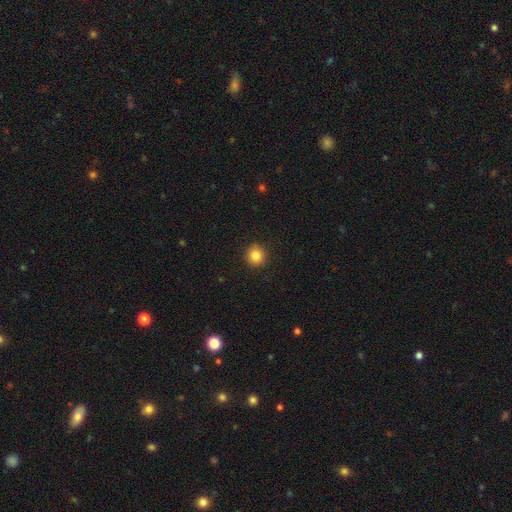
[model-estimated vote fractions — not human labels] The model was most divided on "smooth or featured": smooth: 84%, star or artifact: 10%, featured or disk: 5%. More confident: how rounded — round (93%); merging — none (91%).